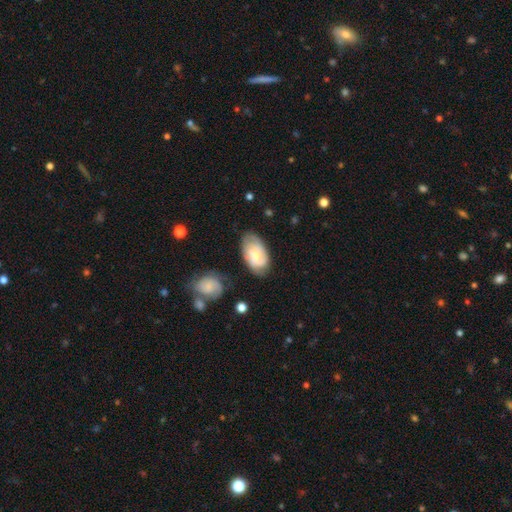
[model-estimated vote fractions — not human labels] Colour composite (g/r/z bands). It shows a smooth galaxy with no disk features (47%, tied with featured or disk). Merging: none (65%).